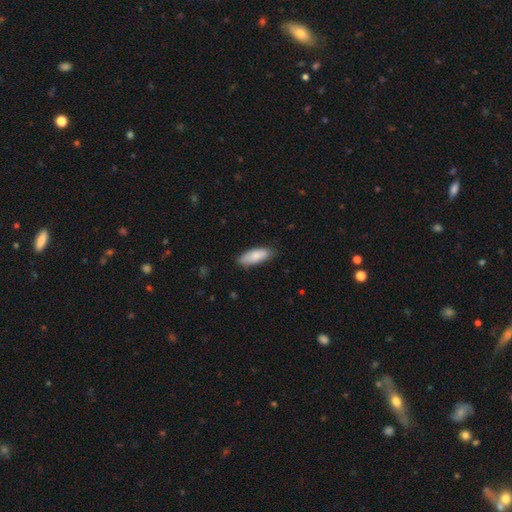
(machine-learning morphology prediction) This appears to be a smooth galaxy with no disk features (83%) that is in between round and cigar-shaped (73%). Merging: none (79%).